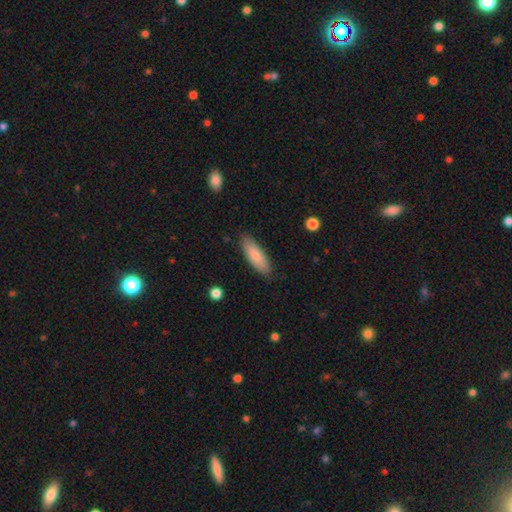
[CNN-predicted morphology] This appears to be a smooth galaxy with no disk features (84%) that is in between round and cigar-shaped (57%). Merging: none (86%).